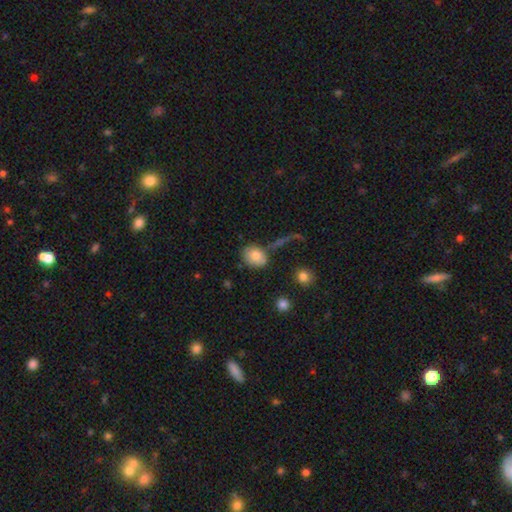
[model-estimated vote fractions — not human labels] A smooth galaxy with no disk features (78%) that is in between round and cigar-shaped (55%).

Vote fractions:
- Smooth or featured? smooth: 78% / featured or disk: 14% / star or artifact: 8%
- How rounded? in between: 55% / round: 43% / cigar-shaped: 1%
- Merging? none: 63% / minor disturbance: 18% / merger: 12% / major disturbance: 8%